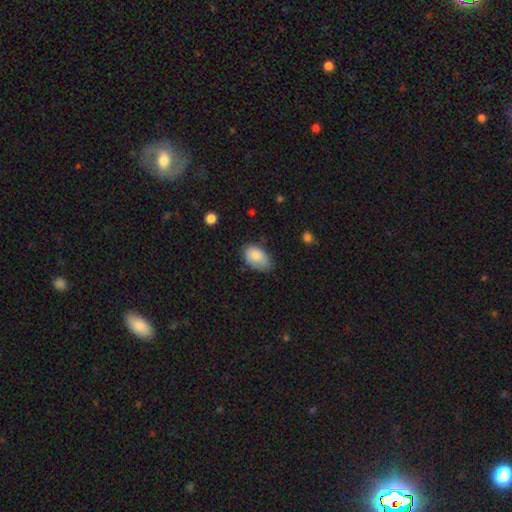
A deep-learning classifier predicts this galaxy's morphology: The model was most divided on "merging": none: 60%, minor disturbance: 32%, major disturbance: 6%, merger: 2%. More confident: how rounded — in between (91%); smooth or featured — smooth (81%).